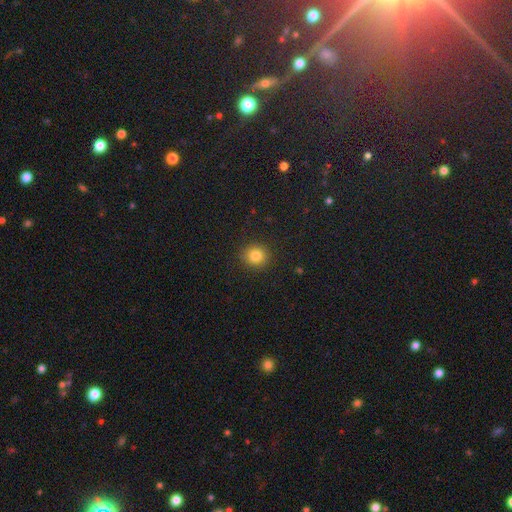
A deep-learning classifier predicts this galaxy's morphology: smooth-or-featured: smooth: 83% | star or artifact: 12% | featured or disk: 6%
  how-rounded: round: 87% | in between: 12% | cigar-shaped: 1%
  merging: none: 91% | minor disturbance: 6% | major disturbance: 2% | merger: 1%